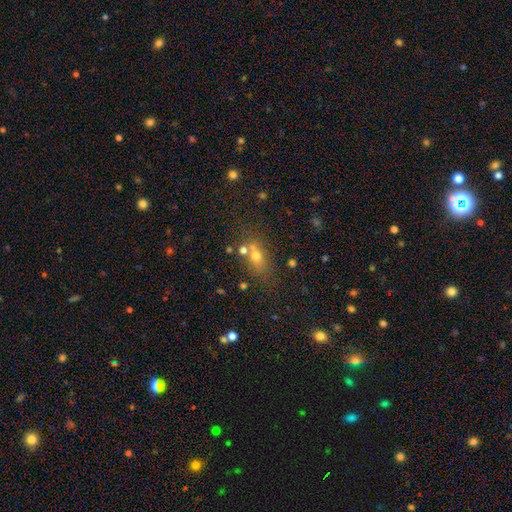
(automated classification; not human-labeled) Morphology: type=smooth (60%); roundness=in between (58%); merging=none (55%).